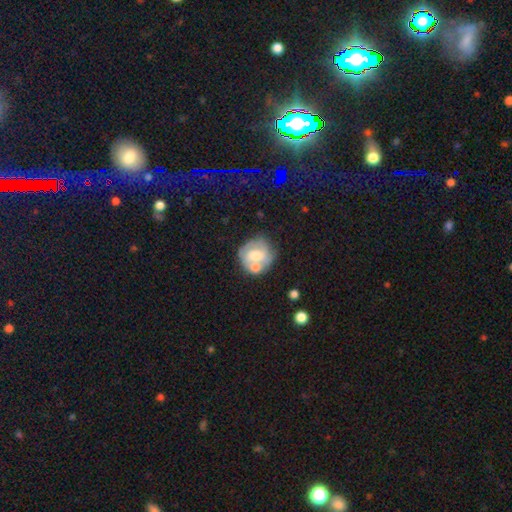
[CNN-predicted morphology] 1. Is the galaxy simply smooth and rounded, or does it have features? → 55% featured or disk, 38% smooth, 7% star or artifact.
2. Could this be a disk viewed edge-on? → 97% no, 3% yes.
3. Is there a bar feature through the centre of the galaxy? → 54% no, 36% weak, 10% strong.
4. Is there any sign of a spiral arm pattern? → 58% yes, 42% no.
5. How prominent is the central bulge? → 64% moderate, 16% large, 15% small, 3% none, 2% dominant.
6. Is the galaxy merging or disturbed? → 43% none, 33% merger, 16% minor disturbance, 8% major disturbance.